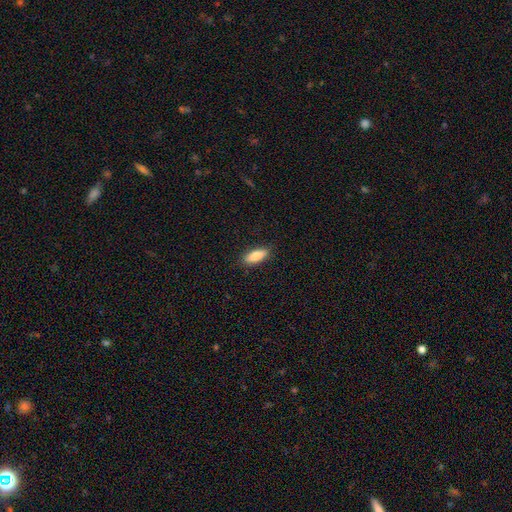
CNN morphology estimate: Smooth or featured? smooth (78%)
How rounded? in between (71%)
Merging? none (88%)